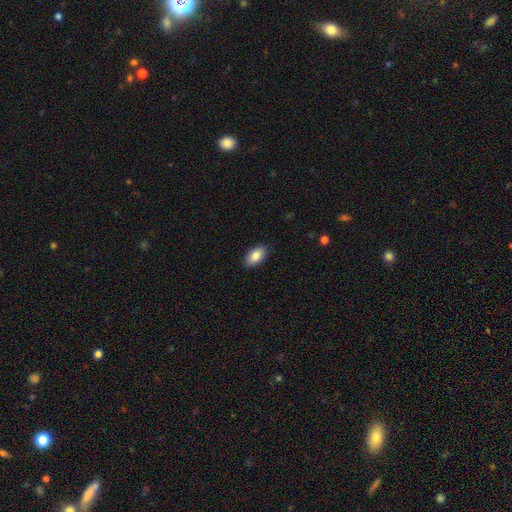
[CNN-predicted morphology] smooth_or_featured: smooth (p=0.85) [alt: featured or disk p=0.09]
how_rounded: in between (p=0.93) [alt: round p=0.04]
merging: none (p=0.88) [alt: minor disturbance p=0.09]